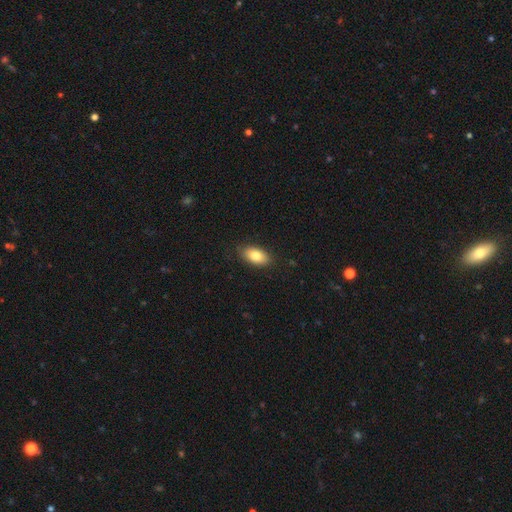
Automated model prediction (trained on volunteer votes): Smooth or featured: smooth — 83% (featured or disk — 10%)
How rounded: in between — 92% (round — 4%)
Merging: none — 86% (minor disturbance — 11%)